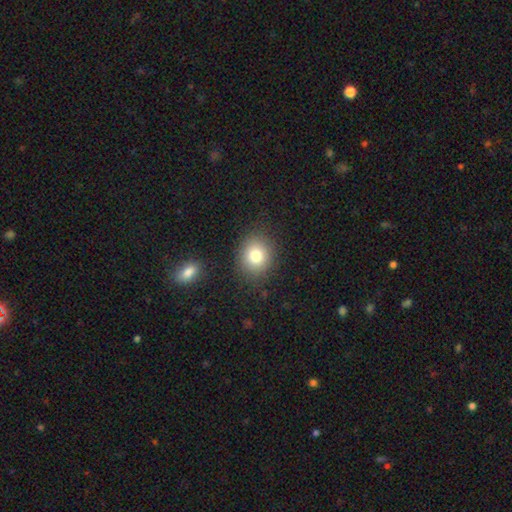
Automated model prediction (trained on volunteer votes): Smooth or featured?
  - smooth: 79% *
  - star or artifact: 12%
  - featured or disk: 10%
How rounded?
  - round: 70% *
  - in between: 29%
  - cigar-shaped: 1%
Merging?
  - none: 86% *
  - minor disturbance: 9%
  - major disturbance: 3%
  - merger: 2%